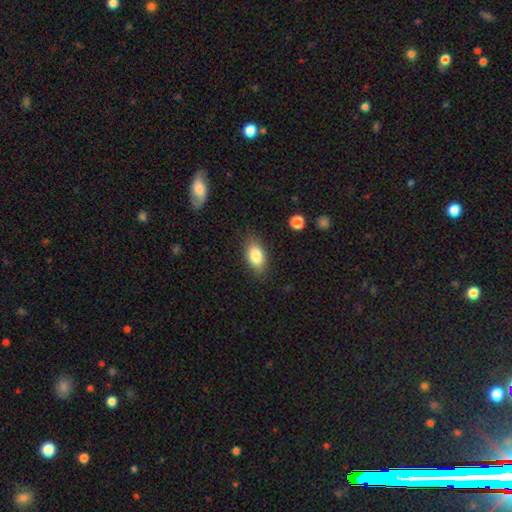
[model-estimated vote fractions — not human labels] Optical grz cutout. It shows a smooth galaxy with no disk features (84%) that is in between round and cigar-shaped (89%). Merging: none (83%).